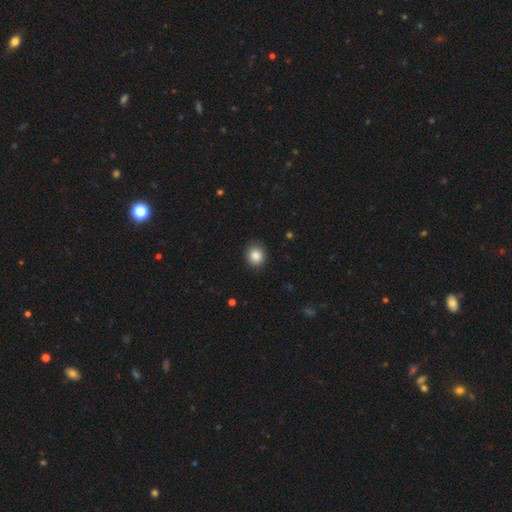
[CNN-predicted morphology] This is clearly a smooth galaxy (86%). How rounded: likely round (73%). Merging: clearly none (89%).